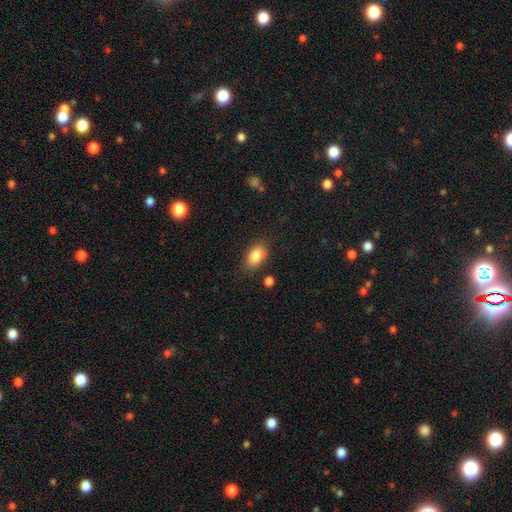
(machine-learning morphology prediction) This is clearly a smooth galaxy (85%). How rounded: clearly in between (86%). Merging: clearly none (82%).